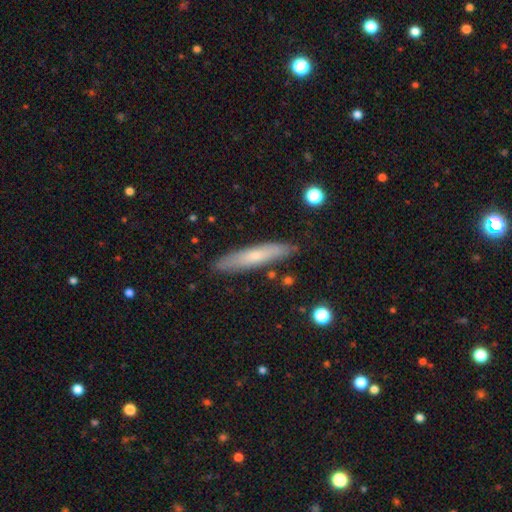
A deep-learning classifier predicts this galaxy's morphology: smooth-or-featured: smooth: 60% | featured or disk: 34% | star or artifact: 6%
  how-rounded: cigar-shaped: 88% | in between: 10% | round: 1%
  merging: none: 85% | minor disturbance: 11% | major disturbance: 2% | merger: 2%